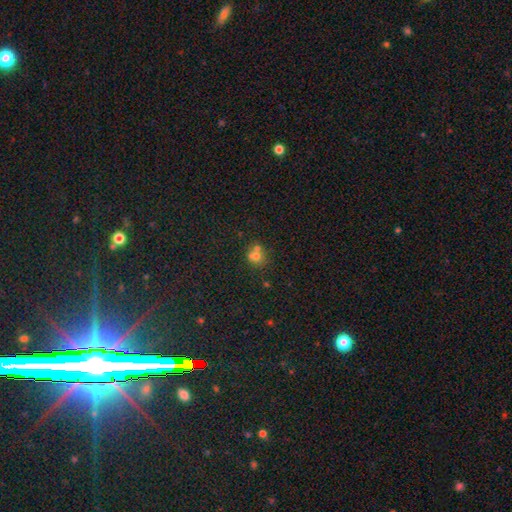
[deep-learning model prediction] Smooth or featured? smooth (67%)
How rounded? round (78%)
Merging? merger (43%, tied with none)